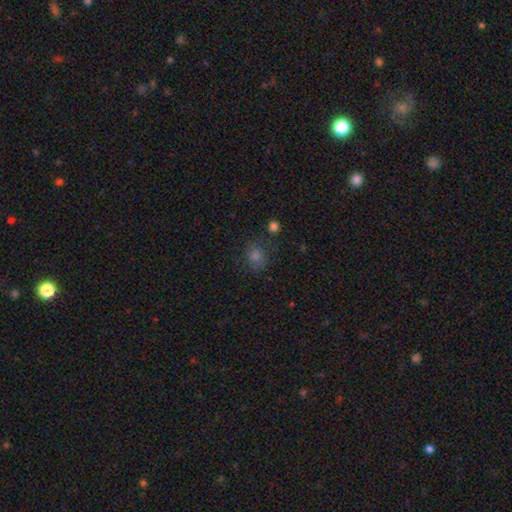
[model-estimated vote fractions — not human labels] The model was most divided on "smooth or featured": smooth: 62%, star or artifact: 27%, featured or disk: 11%. More confident: how rounded — round (76%); merging — none (76%).